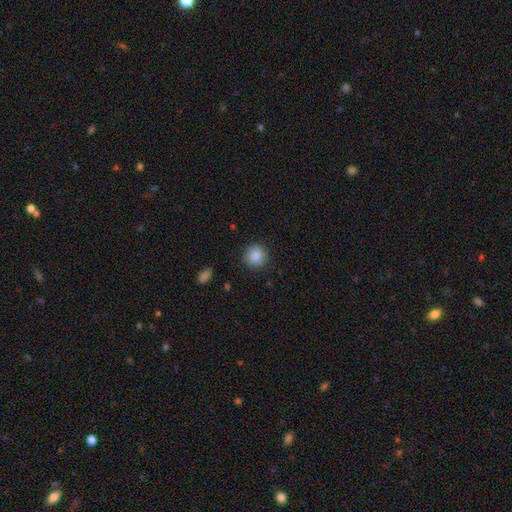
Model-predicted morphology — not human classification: Smooth or featured? Predicted: smooth (p=0.88). How rounded? Predicted: round (p=0.92). Merging? Predicted: none (p=0.89).